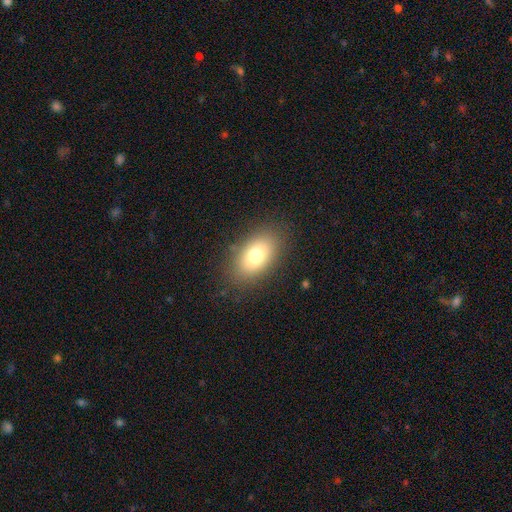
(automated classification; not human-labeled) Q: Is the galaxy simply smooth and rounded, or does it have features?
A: smooth — 76%.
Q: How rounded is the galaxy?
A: in between — 89%.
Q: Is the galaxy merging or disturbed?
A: none — 85%.